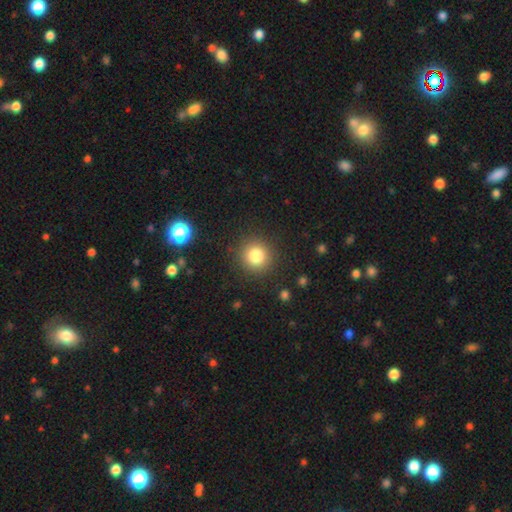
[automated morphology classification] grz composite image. It shows a smooth galaxy with no disk features (82%) that is round (93%). Merging: none (90%).